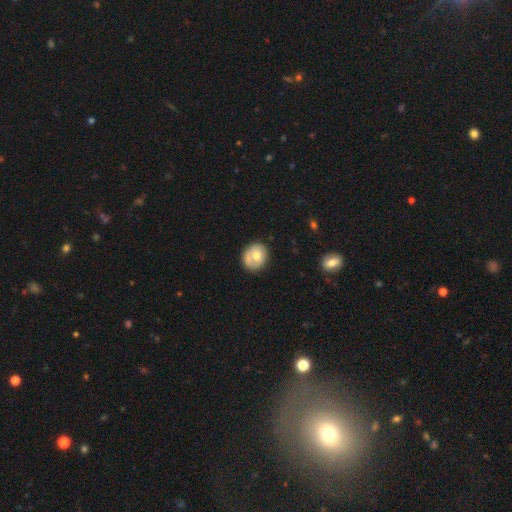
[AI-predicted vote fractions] smooth_or_featured: smooth (p=0.62) [alt: featured or disk p=0.31]
how_rounded: round (p=0.71) [alt: in between p=0.29]
merging: none (p=0.64) [alt: minor disturbance p=0.23]